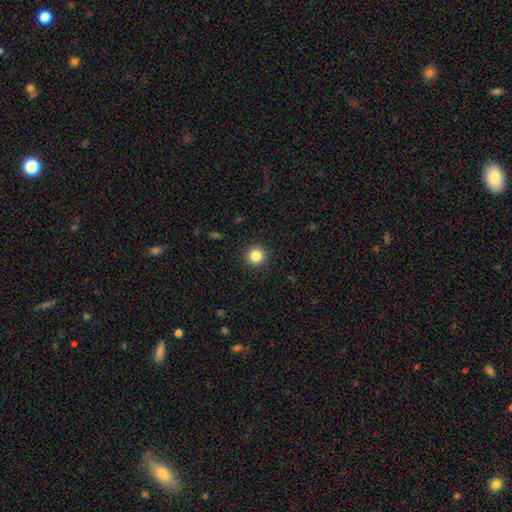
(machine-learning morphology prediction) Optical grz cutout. It shows a smooth galaxy with no disk features (85%) that is round (95%). Merging: none (93%).